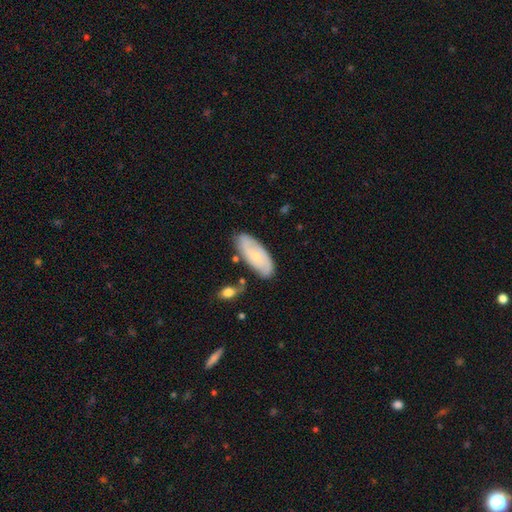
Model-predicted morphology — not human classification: Smooth or featured?
  - smooth: 47% *
  - featured or disk: 46%
  - star or artifact: 7%
Merging?
  - none: 77% *
  - minor disturbance: 16%
  - merger: 4%
  - major disturbance: 3%